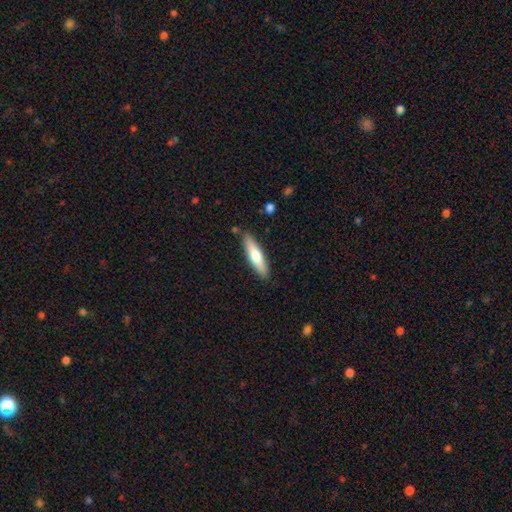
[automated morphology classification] smooth_or_featured: smooth (p=0.64) [alt: featured or disk p=0.30]
how_rounded: cigar-shaped (p=0.75) [alt: in between p=0.24]
merging: none (p=0.86) [alt: minor disturbance p=0.10]